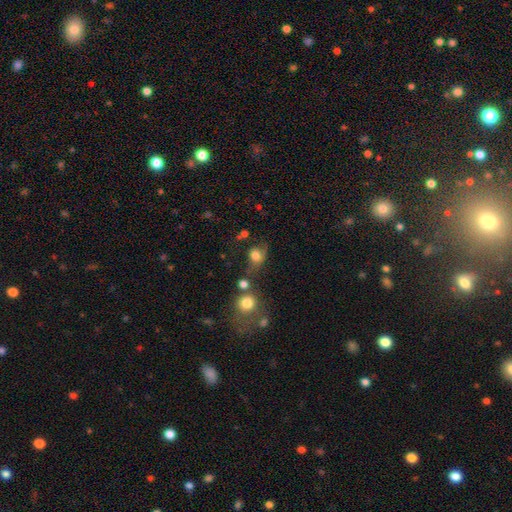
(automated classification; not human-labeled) A smooth galaxy with no disk features (74%) that is round (64%).

Vote fractions:
- Smooth or featured? smooth: 74% / featured or disk: 14% / star or artifact: 12%
- How rounded? round: 64% / in between: 35% / cigar-shaped: 1%
- Merging? none: 46% / minor disturbance: 25% / major disturbance: 16% / merger: 12%